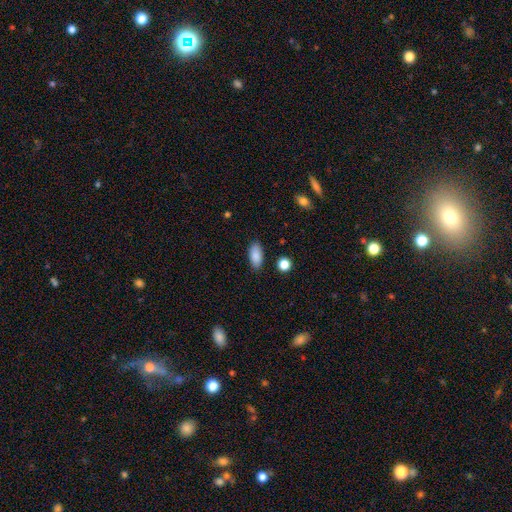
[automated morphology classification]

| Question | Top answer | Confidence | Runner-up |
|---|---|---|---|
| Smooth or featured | smooth | 88% | star or artifact (7%) |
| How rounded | in between | 89% | cigar-shaped (8%) |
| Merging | none | 87% | minor disturbance (9%) |